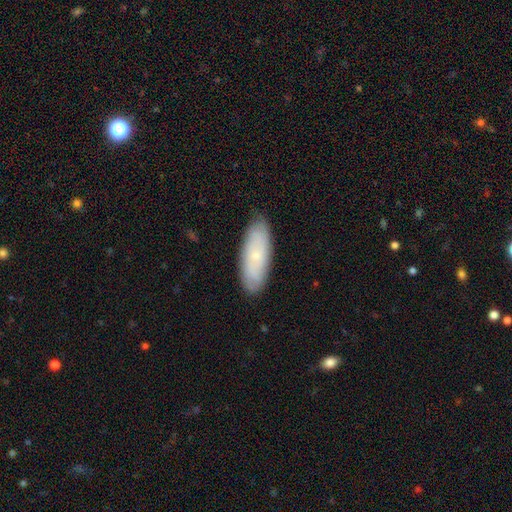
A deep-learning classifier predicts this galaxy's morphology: Overall: smooth (60%; featured or disk 33%). How rounded: in between (69%; cigar-shaped 29%). Merging: none (84%).